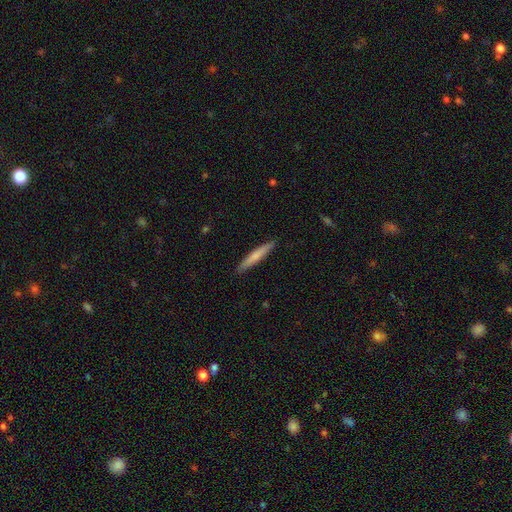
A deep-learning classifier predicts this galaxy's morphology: A smooth galaxy with no disk features (66%) that is cigar-shaped (95%).

Vote fractions:
- Smooth or featured? smooth: 66% / featured or disk: 29% / star or artifact: 5%
- How rounded? cigar-shaped: 95% / in between: 4% / round: 1%
- Merging? none: 91% / minor disturbance: 7% / major disturbance: 1% / merger: 1%